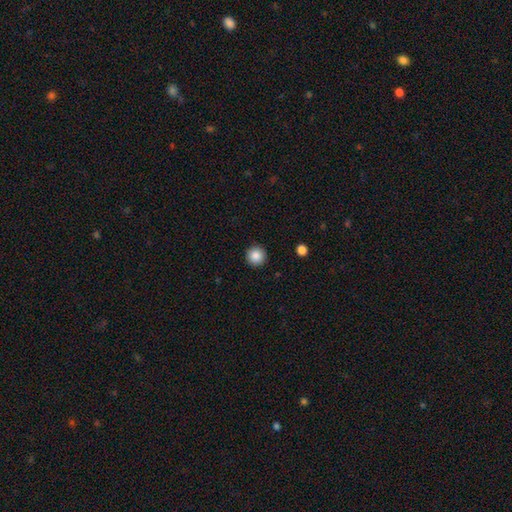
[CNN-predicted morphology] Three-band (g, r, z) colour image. It shows a smooth galaxy with no disk features (87%) that is round (96%). Merging: none (92%).